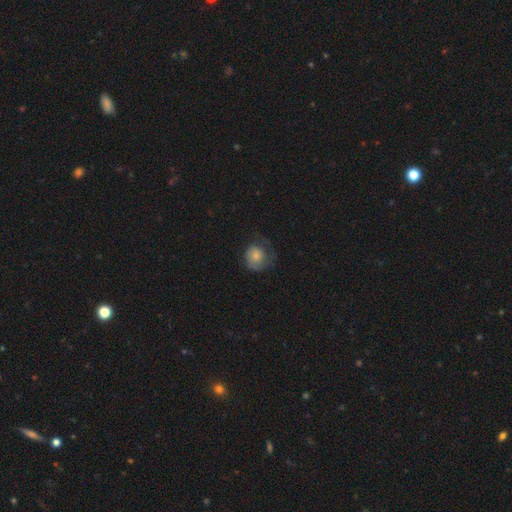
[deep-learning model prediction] Smooth or featured: smooth — 65% (featured or disk — 27%)
How rounded: round — 81% (in between — 18%)
Merging: none — 47% (major disturbance — 27%)